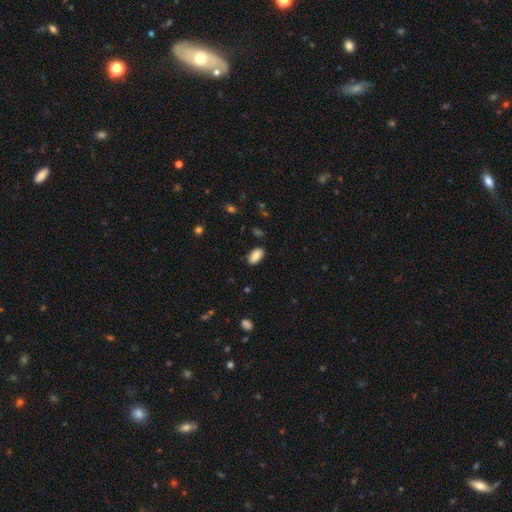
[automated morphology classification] smooth 84%, featured or disk 8%, star or artifact 7%. Down the decision tree: how rounded — in between (94%); merging — none (86%).